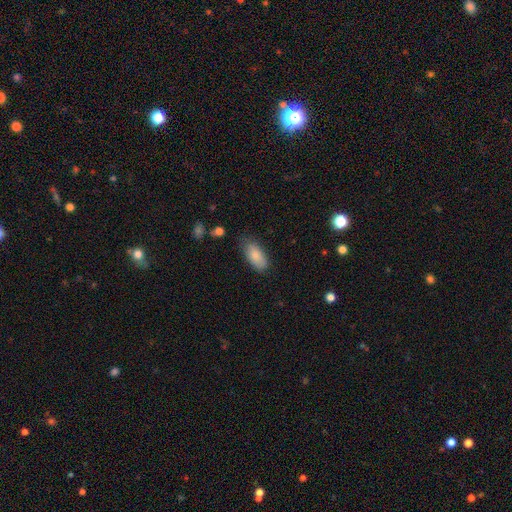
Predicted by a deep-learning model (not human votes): smooth 83%, featured or disk 11%, star or artifact 7%. Down the decision tree: how rounded — in between (91%); merging — none (73%).